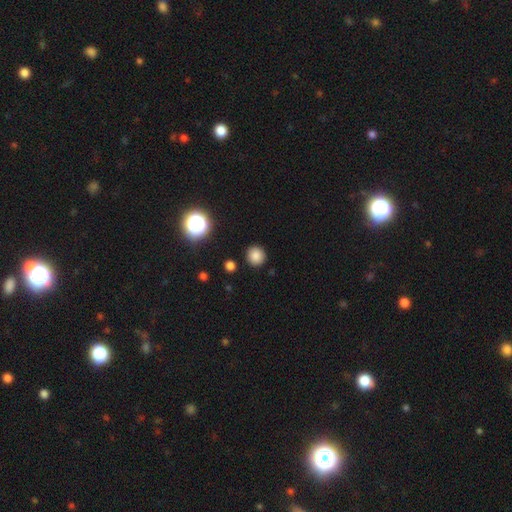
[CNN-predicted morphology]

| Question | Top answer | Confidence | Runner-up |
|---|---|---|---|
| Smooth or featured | smooth | 83% | star or artifact (13%) |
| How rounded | round | 92% | in between (7%) |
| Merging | none | 89% | minor disturbance (7%) |